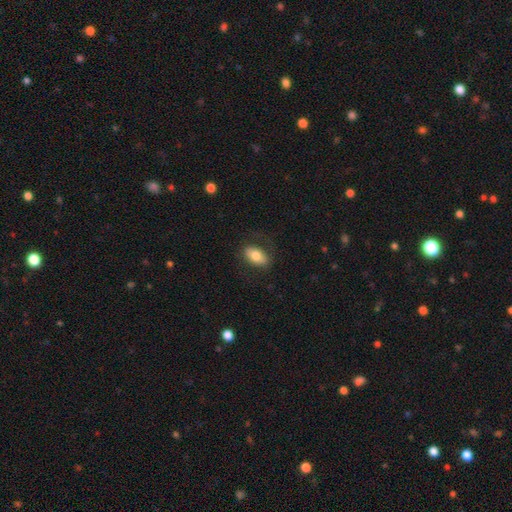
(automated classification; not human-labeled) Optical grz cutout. It shows a smooth galaxy with no disk features (73%) that is in between round and cigar-shaped (91%). Merging: none (77%).